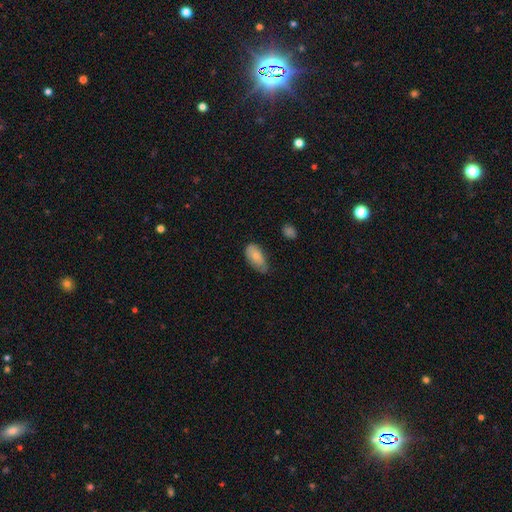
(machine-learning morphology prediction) type=smooth (80%); roundness=in between (92%); merging=none (51%).